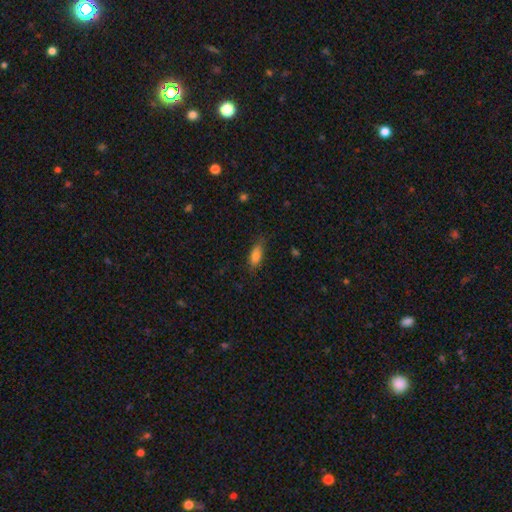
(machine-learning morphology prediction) A smooth galaxy with no disk features (82%) that is in between round and cigar-shaped (73%).

Vote fractions:
- Smooth or featured? smooth: 82% / featured or disk: 10% / star or artifact: 8%
- How rounded? in between: 73% / cigar-shaped: 24% / round: 3%
- Merging? none: 71% / minor disturbance: 22% / major disturbance: 5% / merger: 1%